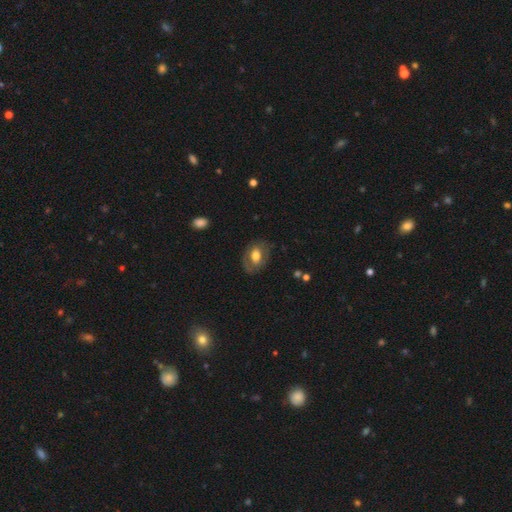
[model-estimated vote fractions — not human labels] Smooth or featured?
  - smooth: 51% *
  - featured or disk: 42%
  - star or artifact: 7%
How rounded?
  - in between: 75% *
  - round: 24%
  - cigar-shaped: 1%
Merging?
  - none: 74% *
  - minor disturbance: 17%
  - major disturbance: 8%
  - merger: 1%